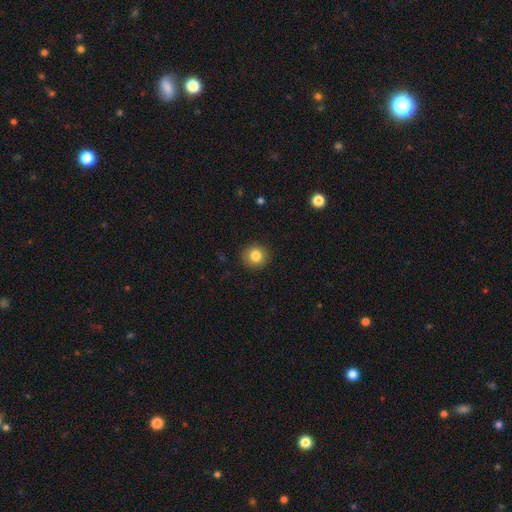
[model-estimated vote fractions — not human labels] Q: Smooth or featured?
A: smooth (84%); runner-up: star or artifact (10%)
Q: How rounded?
A: round (90%); runner-up: in between (9%)
Q: Merging?
A: none (90%); runner-up: minor disturbance (7%)